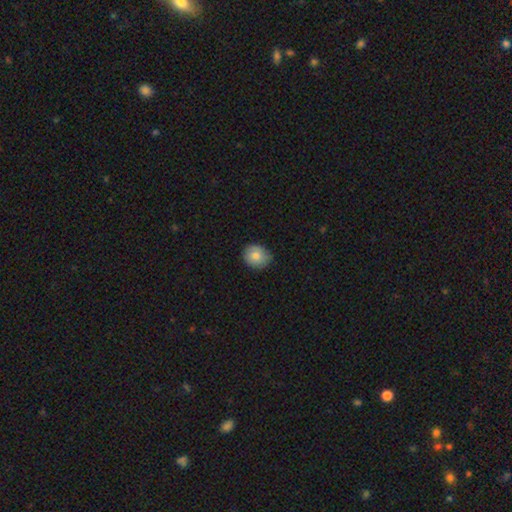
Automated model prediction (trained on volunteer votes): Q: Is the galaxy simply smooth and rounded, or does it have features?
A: smooth — 78%.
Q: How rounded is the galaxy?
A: round — 73%.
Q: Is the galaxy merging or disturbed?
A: none — 75%.